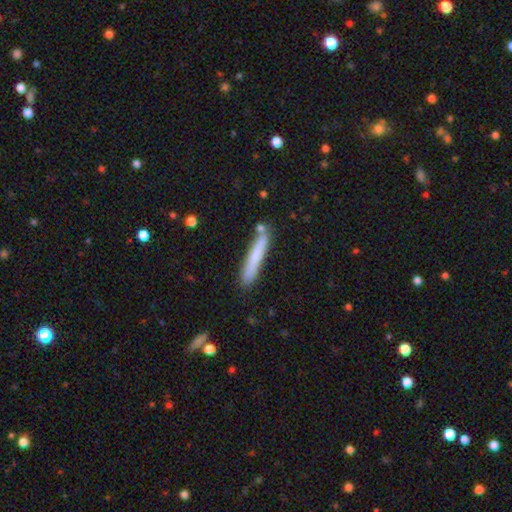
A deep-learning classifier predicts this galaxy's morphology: Overall: smooth (71%). How rounded: cigar-shaped (95%). Merging: none (82%).